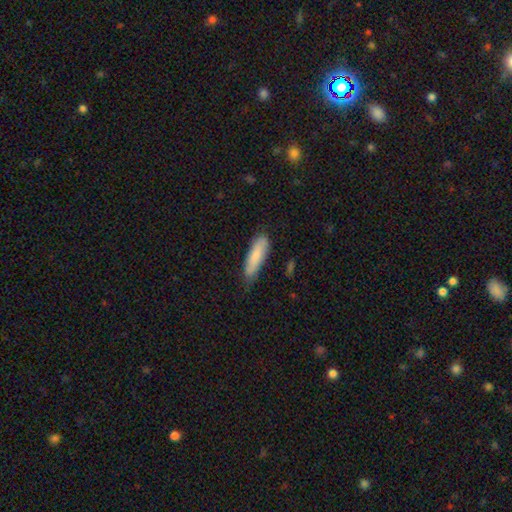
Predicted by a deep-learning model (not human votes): Smooth or featured?
  - smooth: 82% *
  - featured or disk: 12%
  - star or artifact: 6%
How rounded?
  - cigar-shaped: 62% *
  - in between: 36%
  - round: 1%
Merging?
  - none: 71% *
  - minor disturbance: 23%
  - major disturbance: 4%
  - merger: 1%